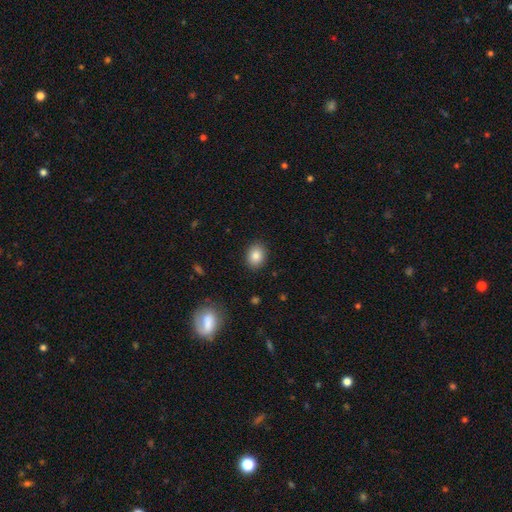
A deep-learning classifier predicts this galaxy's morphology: A smooth galaxy with no disk features (85%) that is in between round and cigar-shaped (58%).

Vote fractions:
- Smooth or featured? smooth: 85% / star or artifact: 9% / featured or disk: 6%
- How rounded? in between: 58% / round: 41% / cigar-shaped: 1%
- Merging? none: 89% / minor disturbance: 8% / major disturbance: 2% / merger: 1%